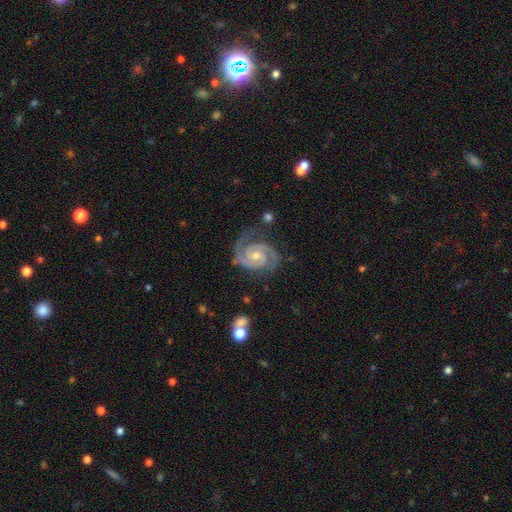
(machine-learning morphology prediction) featured or disk 93%, star or artifact 4%, smooth 3%. Down the decision tree: edge-on disk — no (98%); bar — no (59%); spiral arms — yes (99%); spiral arm count — 2 (89%); spiral winding — tight (60%); bulge size — small (57%); merging — none (78%).